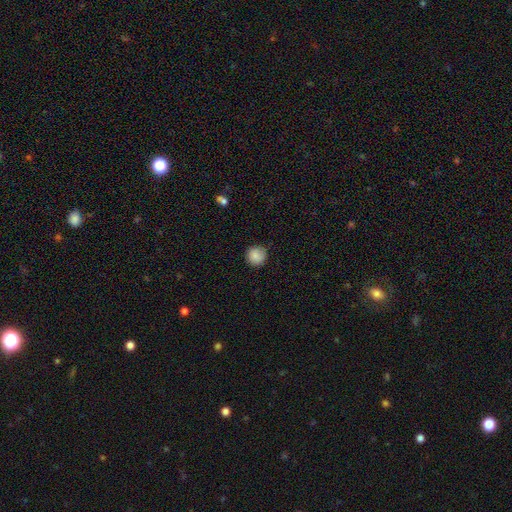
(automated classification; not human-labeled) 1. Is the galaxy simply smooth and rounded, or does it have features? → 87% smooth, 9% star or artifact, 5% featured or disk.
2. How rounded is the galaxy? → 93% round, 6% in between, 1% cigar-shaped.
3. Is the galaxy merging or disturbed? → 84% none, 13% minor disturbance, 2% major disturbance, 1% merger.